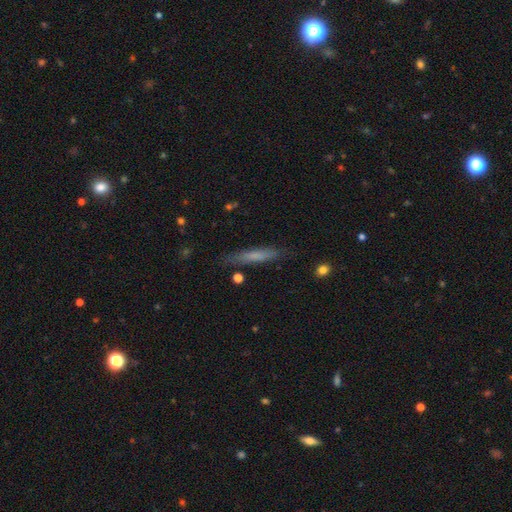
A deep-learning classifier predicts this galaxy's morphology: Smooth or featured? smooth (63%)
How rounded? cigar-shaped (93%)
Merging? none (83%)